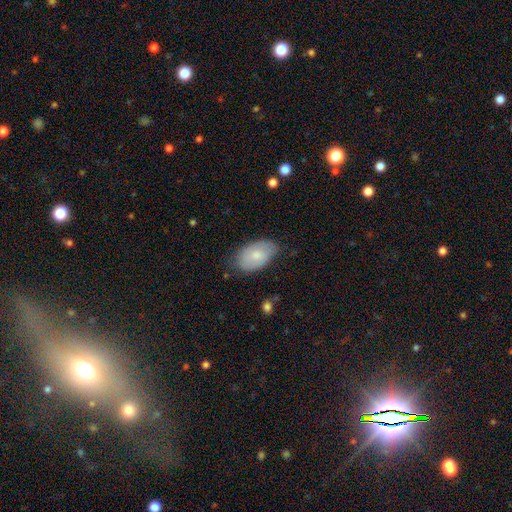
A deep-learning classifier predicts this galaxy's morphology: This is likely a smooth galaxy (75%). How rounded: clearly in between (94%). Merging: likely none (70%).